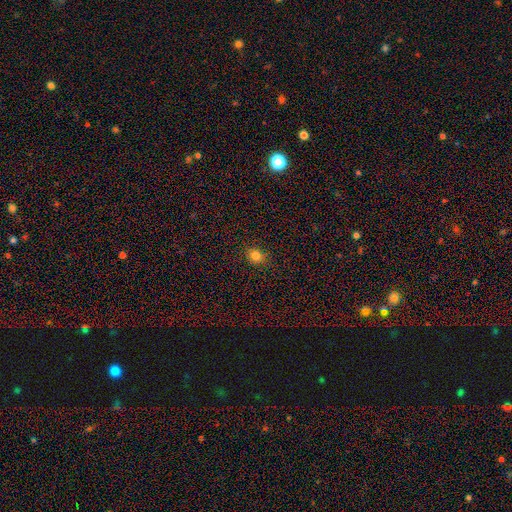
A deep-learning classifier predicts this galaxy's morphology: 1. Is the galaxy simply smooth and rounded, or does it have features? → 82% smooth, 14% star or artifact, 4% featured or disk.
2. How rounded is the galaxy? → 77% round, 22% in between, 1% cigar-shaped.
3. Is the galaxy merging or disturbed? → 89% none, 8% minor disturbance, 2% major disturbance, 1% merger.